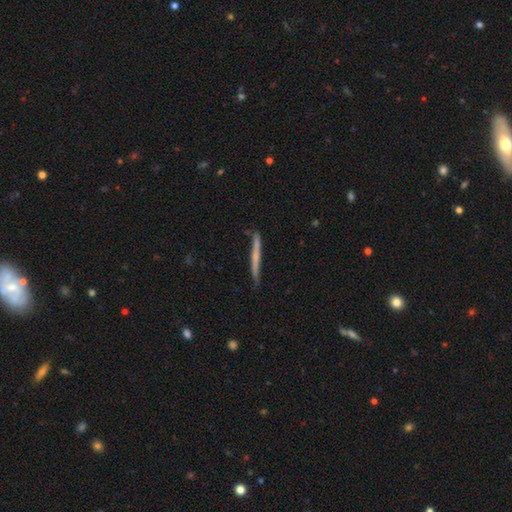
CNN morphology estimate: This appears to be a featured or disk galaxy (49%). Merging: none (78%).